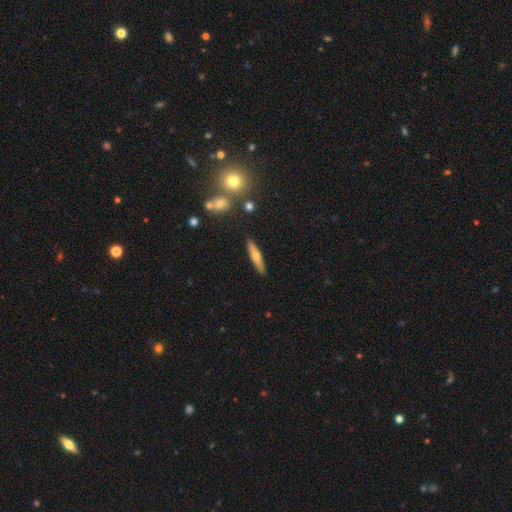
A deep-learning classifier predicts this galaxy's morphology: Smooth or featured: smooth — 48% (featured or disk — 45%)
Merging: none — 89% (minor disturbance — 8%)